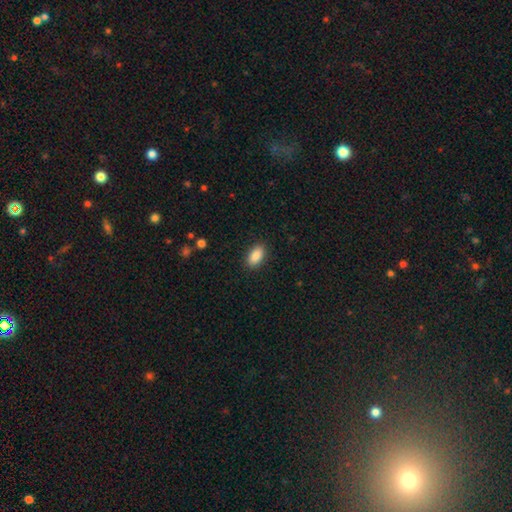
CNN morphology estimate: Overall: smooth (89%). How rounded: in between (92%). Merging: none (89%).